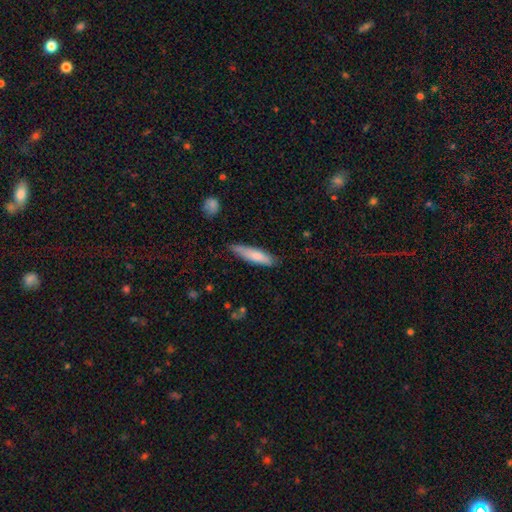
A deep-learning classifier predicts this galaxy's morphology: Smooth or featured? Predicted: smooth (p=0.75). How rounded? Predicted: cigar-shaped (p=0.78). Merging? Predicted: none (p=0.72).